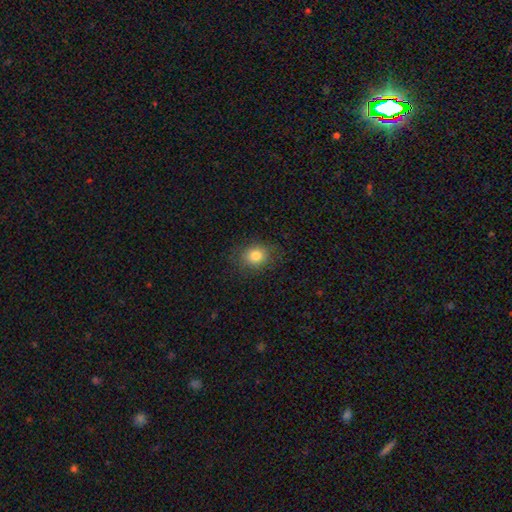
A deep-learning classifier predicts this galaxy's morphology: Smooth or featured? smooth (81%)
How rounded? round (65%)
Merging? none (82%)